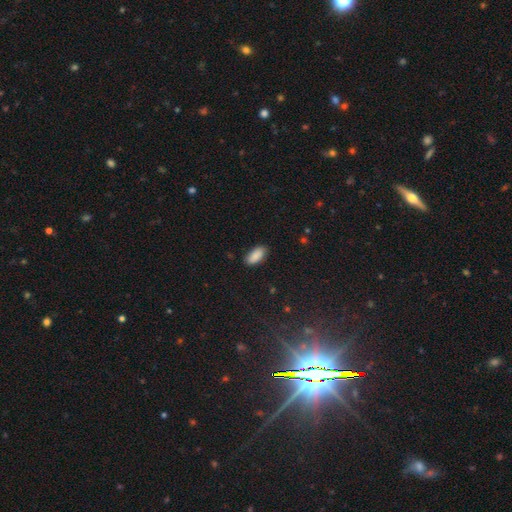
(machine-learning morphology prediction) type=smooth (86%); roundness=in between (91%); merging=none (83%).